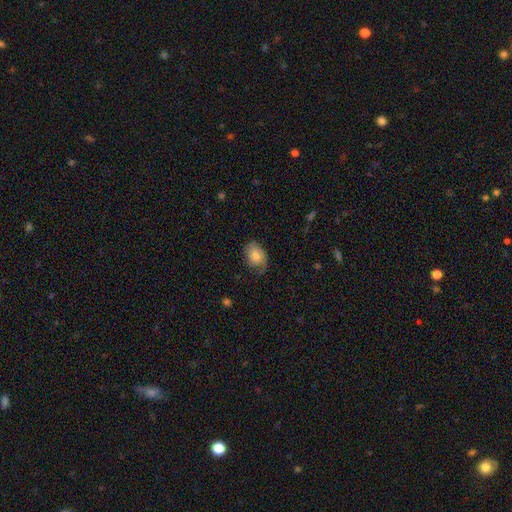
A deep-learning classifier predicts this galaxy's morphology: This is likely a smooth galaxy (66%). How rounded: likely in between (79%). Merging: possibly none (57%).